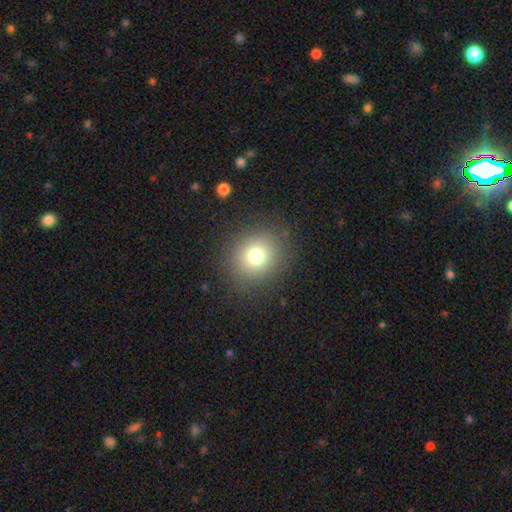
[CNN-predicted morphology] Smooth or featured?
  - smooth: 74% *
  - star or artifact: 15%
  - featured or disk: 10%
How rounded?
  - round: 84% *
  - in between: 16%
  - cigar-shaped: 1%
Merging?
  - none: 87% *
  - minor disturbance: 7%
  - major disturbance: 4%
  - merger: 1%